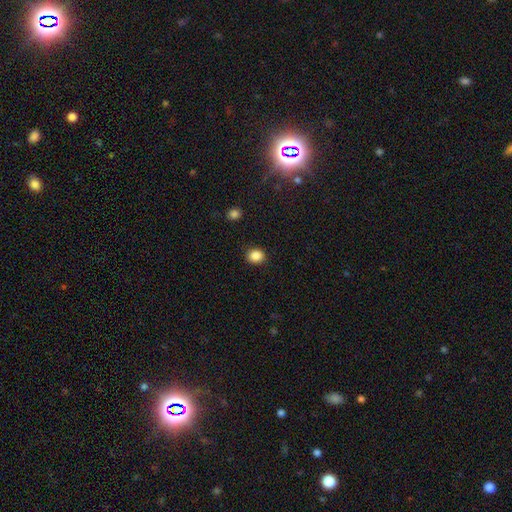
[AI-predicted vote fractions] This is clearly a smooth galaxy (87%). How rounded: likely round (70%). Merging: clearly none (90%).